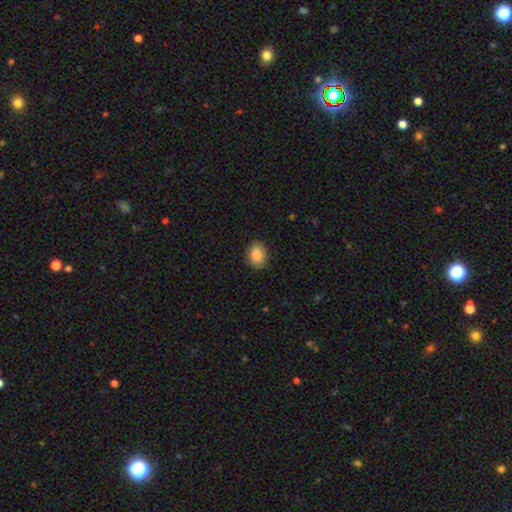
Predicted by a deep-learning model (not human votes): This is clearly a smooth galaxy (83%). How rounded: possibly round (50%). Merging: clearly none (89%).